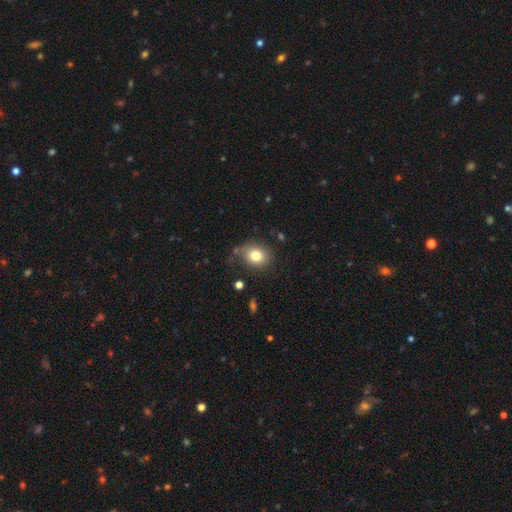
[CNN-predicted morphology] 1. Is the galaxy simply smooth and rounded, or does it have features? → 80% smooth, 11% star or artifact, 10% featured or disk.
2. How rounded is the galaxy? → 64% round, 35% in between, 1% cigar-shaped.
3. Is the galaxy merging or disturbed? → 74% none, 17% minor disturbance, 5% major disturbance, 4% merger.